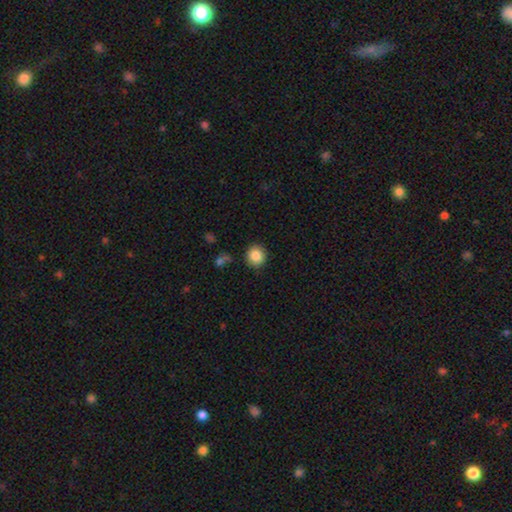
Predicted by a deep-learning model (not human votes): A smooth galaxy with no disk features (86%) that is round (87%). Merging: none (87%).